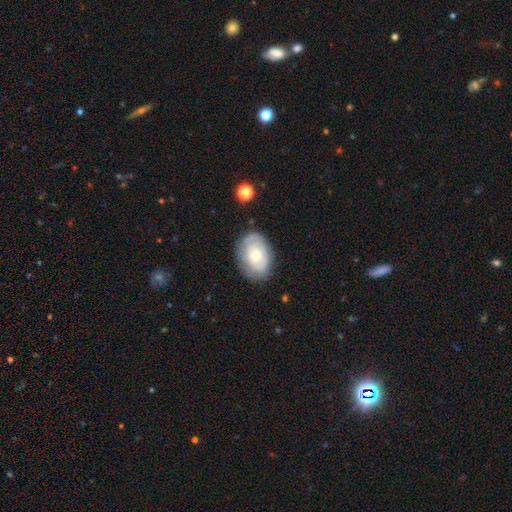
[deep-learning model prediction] Smooth or featured: featured or disk — 52% (smooth — 41%)
Edge-on disk: no — 95% (yes — 5%)
Merging: none — 76% (minor disturbance — 17%)